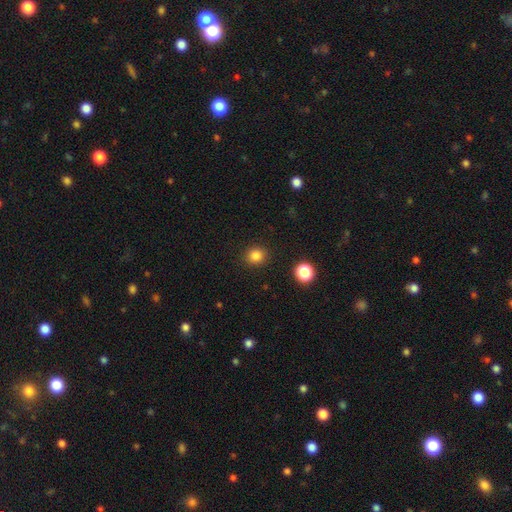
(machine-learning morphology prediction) Smooth or featured?
  - smooth: 83% *
  - star or artifact: 12%
  - featured or disk: 4%
How rounded?
  - round: 85% *
  - in between: 14%
  - cigar-shaped: 1%
Merging?
  - none: 90% *
  - minor disturbance: 6%
  - major disturbance: 2%
  - merger: 1%